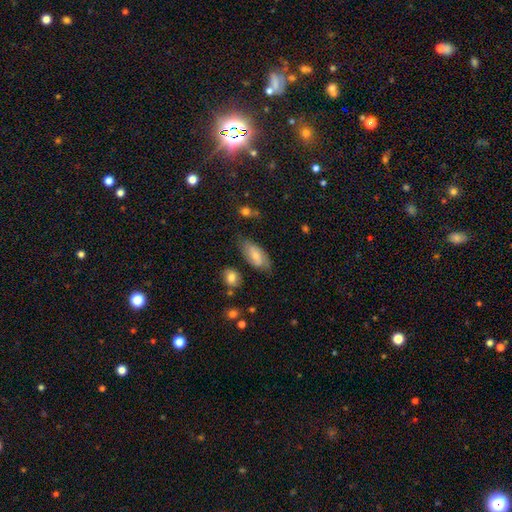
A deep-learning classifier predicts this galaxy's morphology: The model was most divided on "smooth or featured": smooth: 54%, featured or disk: 39%, star or artifact: 7%. More confident: how rounded — in between (87%); merging — none (62%).